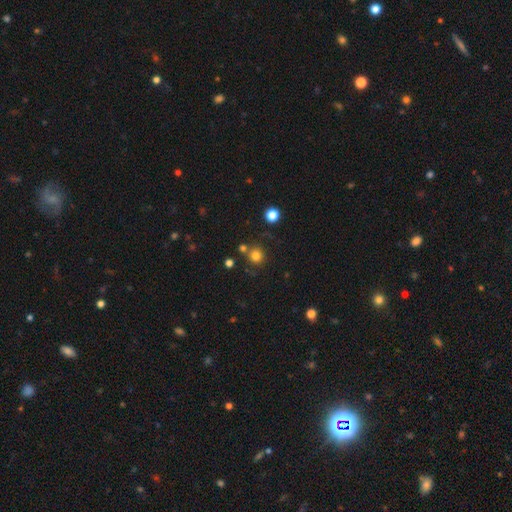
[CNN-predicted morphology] This appears to be a smooth galaxy with no disk features (79%) that is round (91%). Merging: none (74%).